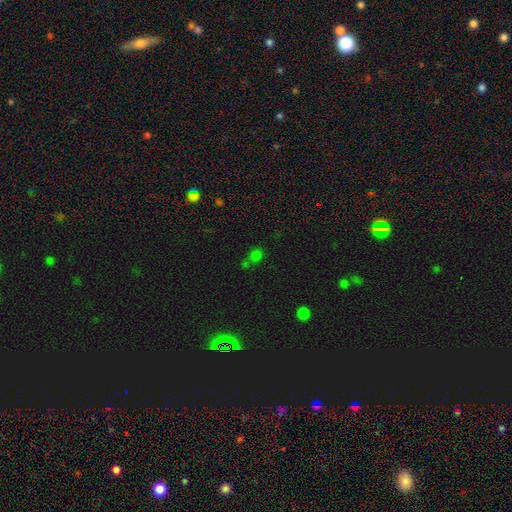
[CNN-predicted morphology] Smooth or featured?
  - smooth: 53% *
  - star or artifact: 40%
  - featured or disk: 7%
How rounded?
  - round: 55% *
  - in between: 42%
  - cigar-shaped: 3%
Merging?
  - none: 54% *
  - merger: 25%
  - minor disturbance: 14%
  - major disturbance: 7%